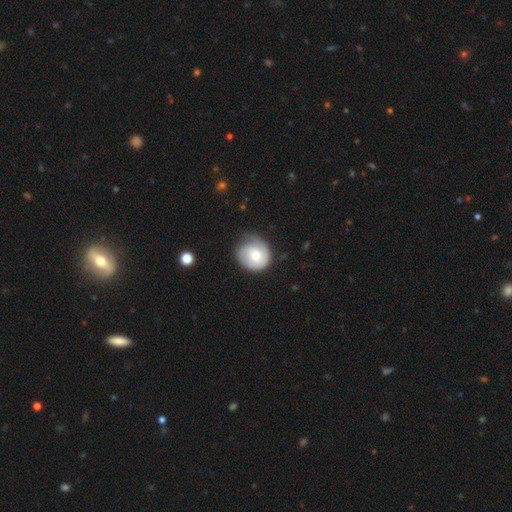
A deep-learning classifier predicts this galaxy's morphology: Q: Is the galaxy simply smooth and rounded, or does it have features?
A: smooth — 50%.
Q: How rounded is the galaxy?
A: round — 78%.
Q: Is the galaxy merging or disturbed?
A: none — 57%.